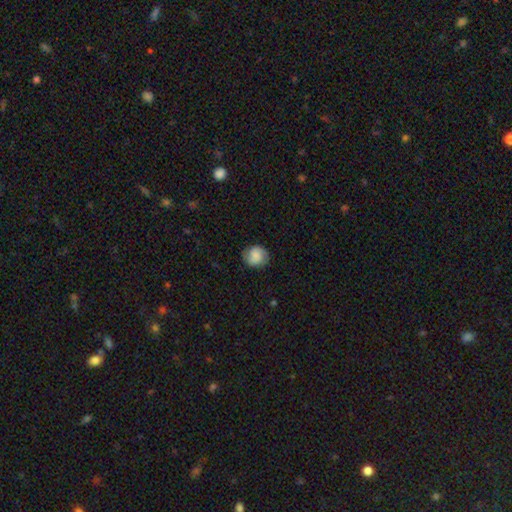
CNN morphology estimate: Overall: smooth (63%; featured or disk 28%). How rounded: round (78%). Merging: none (81%).